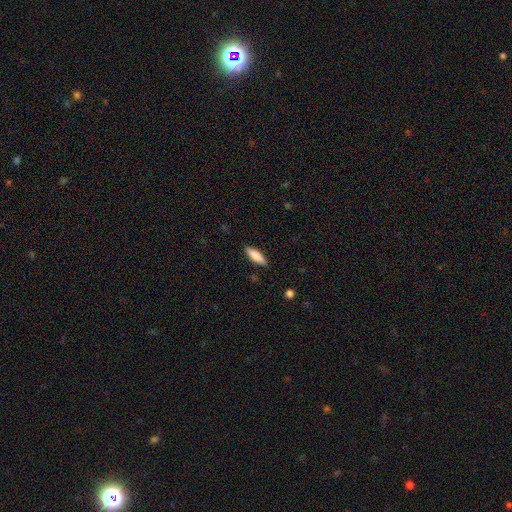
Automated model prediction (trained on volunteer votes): A smooth galaxy with no disk features (80%) that is in between round and cigar-shaped (54%).

Vote fractions:
- Smooth or featured? smooth: 80% / featured or disk: 14% / star or artifact: 6%
- How rounded? in between: 54% / cigar-shaped: 45% / round: 2%
- Merging? none: 87% / minor disturbance: 10% / major disturbance: 2% / merger: 1%